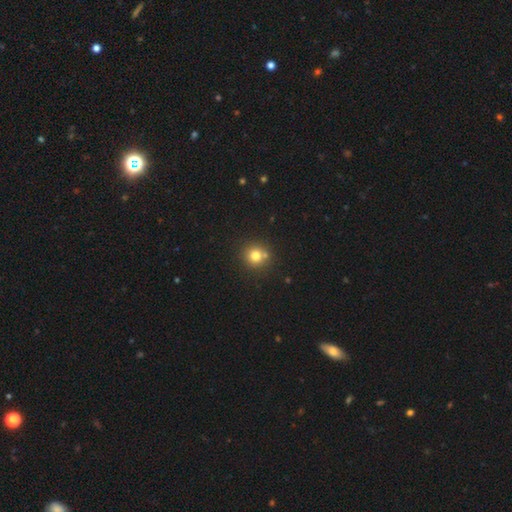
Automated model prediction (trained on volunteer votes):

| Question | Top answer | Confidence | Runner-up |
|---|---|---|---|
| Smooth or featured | smooth | 77% | star or artifact (14%) |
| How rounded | round | 92% | in between (7%) |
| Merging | none | 74% | merger (14%) |